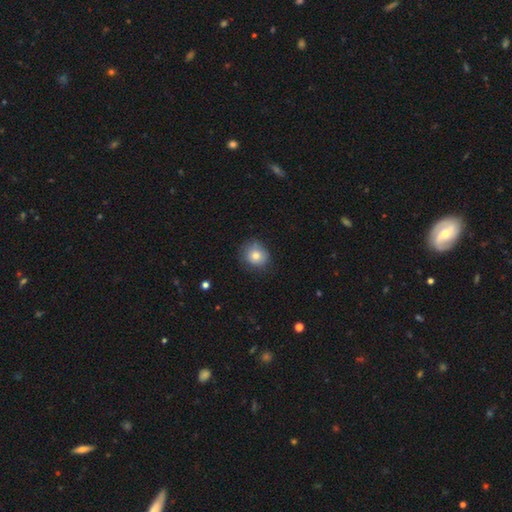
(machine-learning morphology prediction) Smooth or featured: smooth — 78% (featured or disk — 11%)
How rounded: round — 80% (in between — 19%)
Merging: none — 78% (minor disturbance — 17%)